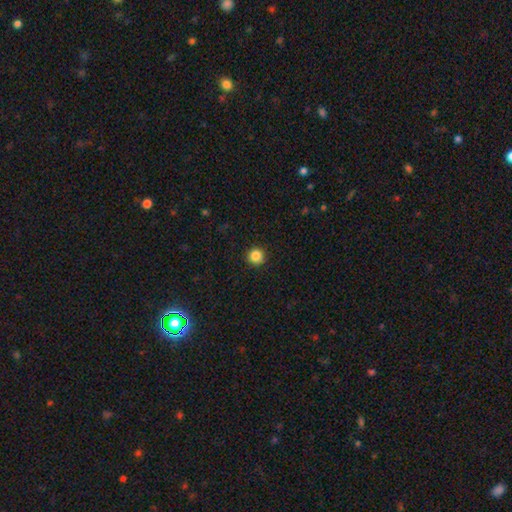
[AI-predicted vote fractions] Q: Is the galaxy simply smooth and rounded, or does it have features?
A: smooth — 86%.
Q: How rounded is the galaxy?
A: round — 95%.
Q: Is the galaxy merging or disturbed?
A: none — 92%.